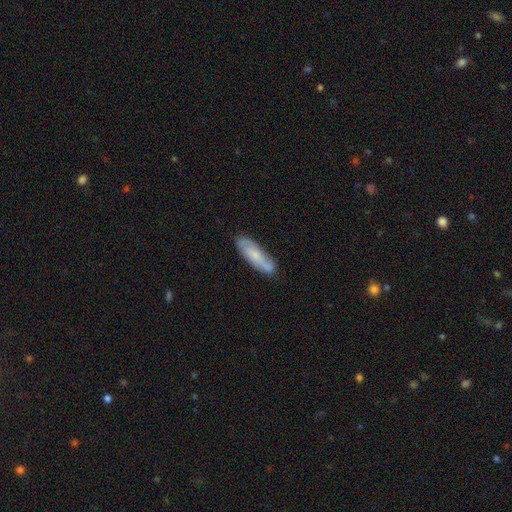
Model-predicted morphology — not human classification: smooth-or-featured: smooth: 47% | featured or disk: 46% | star or artifact: 7%
  merging: none: 77% | minor disturbance: 17% | major disturbance: 3% | merger: 3%